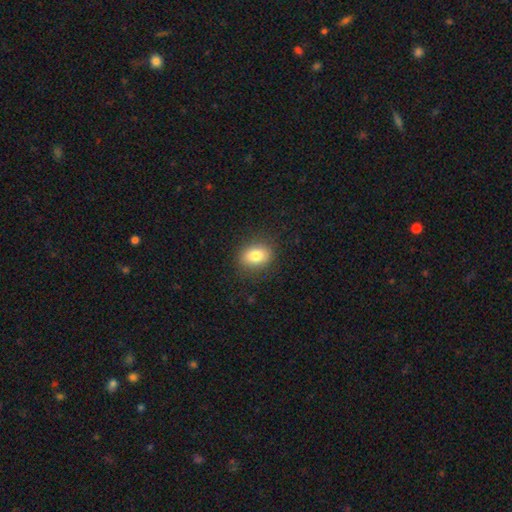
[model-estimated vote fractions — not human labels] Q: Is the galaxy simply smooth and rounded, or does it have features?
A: smooth — 81%.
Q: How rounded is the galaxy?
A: in between — 63%.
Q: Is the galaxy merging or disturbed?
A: none — 86%.